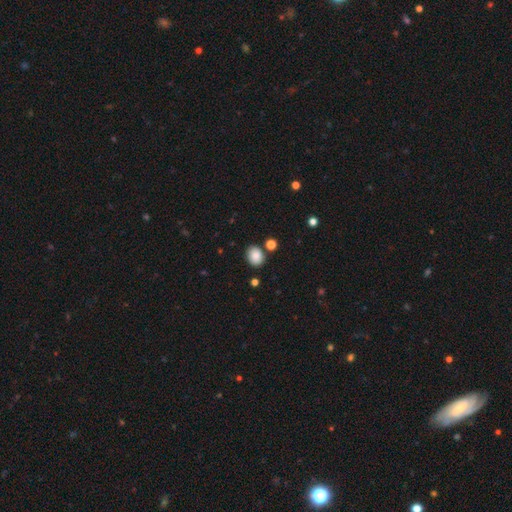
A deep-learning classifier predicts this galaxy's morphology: Smooth or featured? Predicted: smooth (p=0.86). How rounded? Predicted: in between (p=0.51). Merging? Predicted: none (p=0.82).